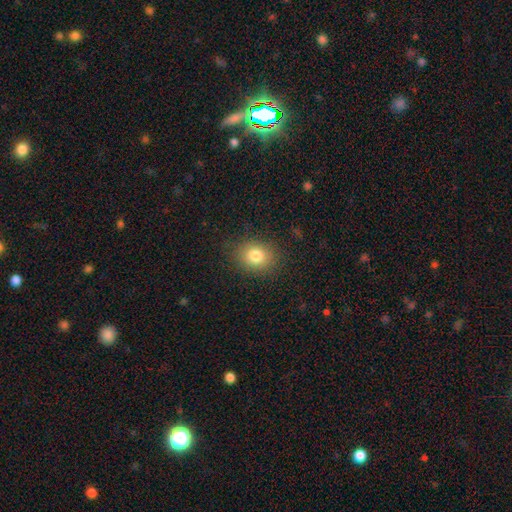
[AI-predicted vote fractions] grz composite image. It shows a smooth galaxy with no disk features (80%) that is round (52%). Merging: none (85%).